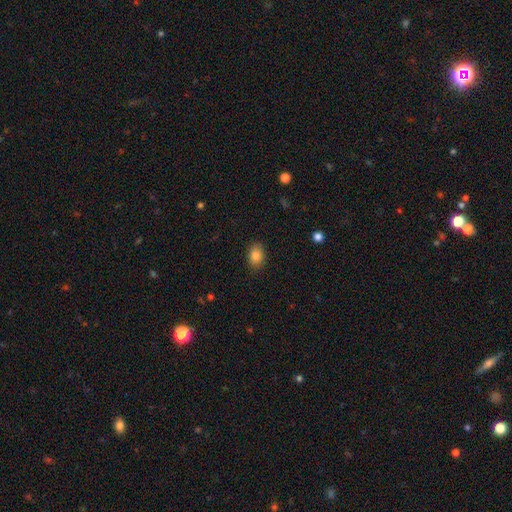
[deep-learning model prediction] Overall: smooth (84%). How rounded: in between (72%). Merging: none (87%).